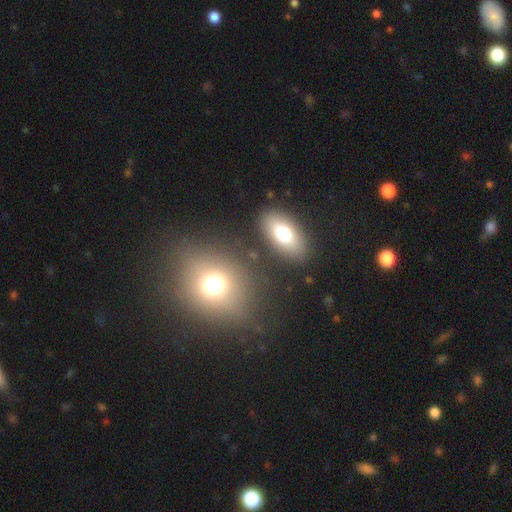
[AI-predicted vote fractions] Q: Smooth or featured?
A: smooth (53%); runner-up: star or artifact (28%)
Q: How rounded?
A: round (51%); runner-up: in between (46%)
Q: Merging?
A: none (72%); runner-up: merger (14%)